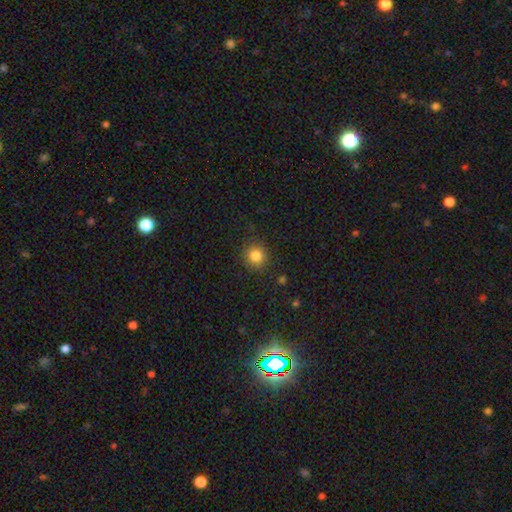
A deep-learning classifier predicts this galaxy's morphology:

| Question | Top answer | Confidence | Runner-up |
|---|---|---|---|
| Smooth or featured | smooth | 84% | star or artifact (11%) |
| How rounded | round | 90% | in between (9%) |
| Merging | none | 88% | minor disturbance (8%) |